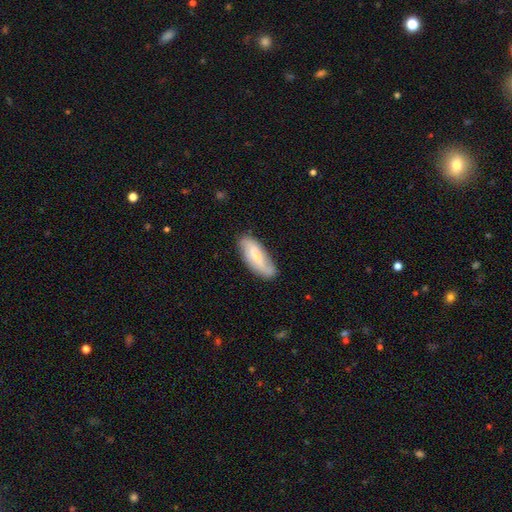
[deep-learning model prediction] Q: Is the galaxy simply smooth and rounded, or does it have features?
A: featured or disk — 50%.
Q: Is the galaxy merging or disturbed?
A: none — 77%.